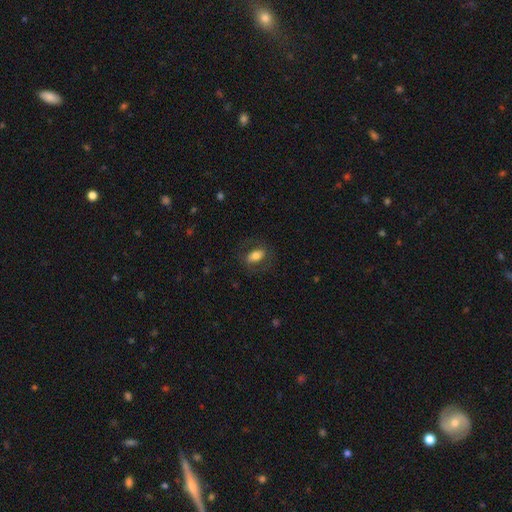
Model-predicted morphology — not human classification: This appears to be a smooth galaxy with no disk features (67%) that is in between round and cigar-shaped (87%). Merging: none (73%).